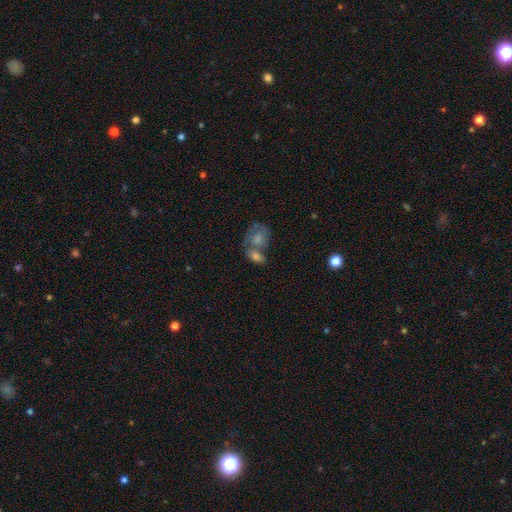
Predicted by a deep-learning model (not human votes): Smooth or featured? smooth (68%)
How rounded? in between (76%)
Merging? merger (55%)